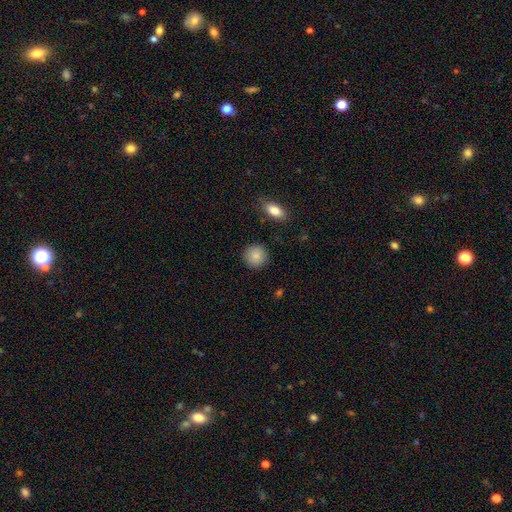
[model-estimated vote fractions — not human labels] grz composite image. It shows a smooth galaxy with no disk features (86%) that is round (91%). Merging: none (89%).